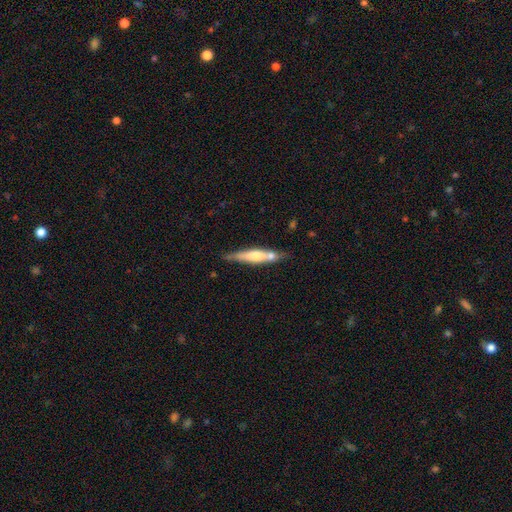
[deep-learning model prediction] A smooth galaxy with no disk features (49%). Merging: none (65%).